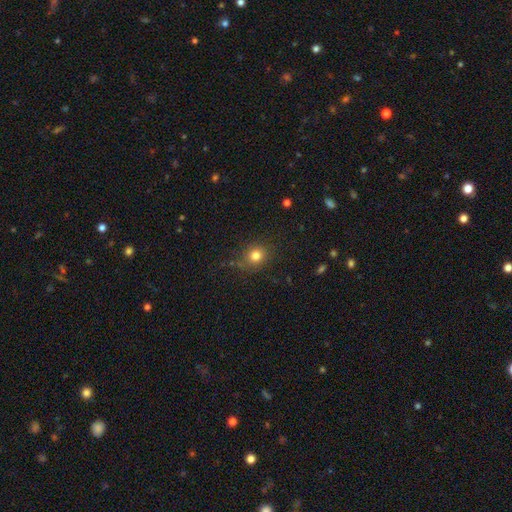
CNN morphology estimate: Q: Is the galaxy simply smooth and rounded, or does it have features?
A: smooth — 80%.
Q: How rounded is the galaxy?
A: round — 76%.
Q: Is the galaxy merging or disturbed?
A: none — 79%.